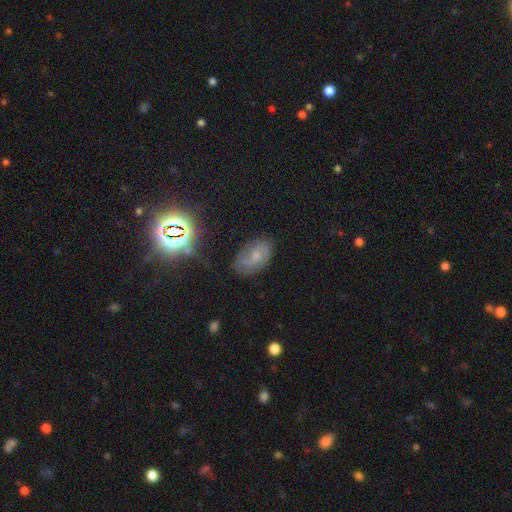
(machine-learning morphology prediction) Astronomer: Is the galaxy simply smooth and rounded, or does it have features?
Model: featured or disk — 57%.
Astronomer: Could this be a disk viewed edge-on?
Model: no — 96%.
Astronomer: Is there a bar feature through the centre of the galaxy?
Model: no — 50% (runner-up: weak, 42%).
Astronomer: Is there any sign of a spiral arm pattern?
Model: yes — 88%.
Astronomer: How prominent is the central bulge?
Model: small — 49% (runner-up: moderate, 34%).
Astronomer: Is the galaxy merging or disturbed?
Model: none — 69%.